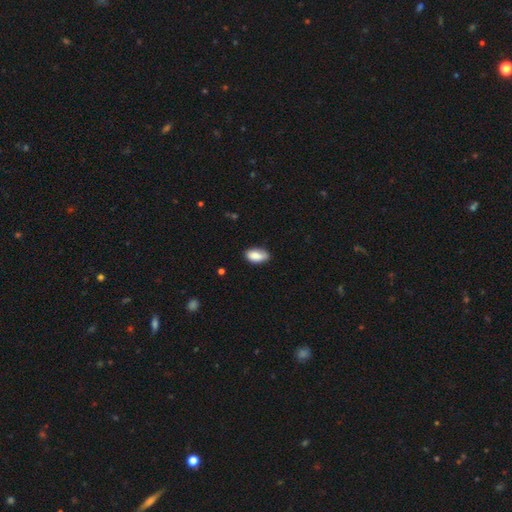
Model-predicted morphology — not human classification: Smooth or featured? Predicted: smooth (p=0.86). How rounded? Predicted: in between (p=0.93). Merging? Predicted: none (p=0.71).